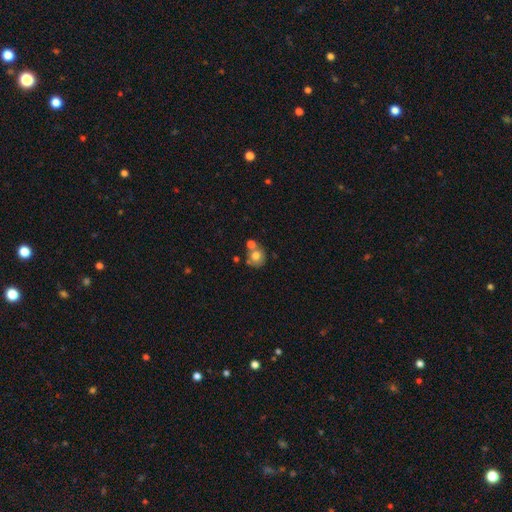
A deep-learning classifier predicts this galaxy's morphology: Smooth or featured? Predicted: smooth (p=0.71). How rounded? Predicted: round (p=0.81). Merging? Predicted: none (p=0.45).